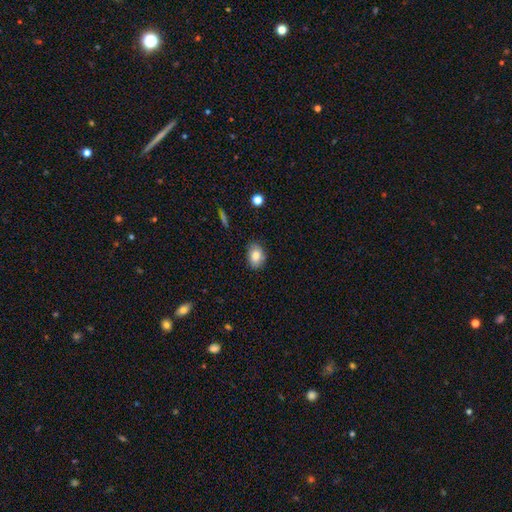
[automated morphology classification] Smooth or featured?
  - smooth: 82% *
  - featured or disk: 10%
  - star or artifact: 8%
How rounded?
  - in between: 75% *
  - round: 24%
  - cigar-shaped: 1%
Merging?
  - none: 82% *
  - minor disturbance: 14%
  - major disturbance: 2%
  - merger: 1%